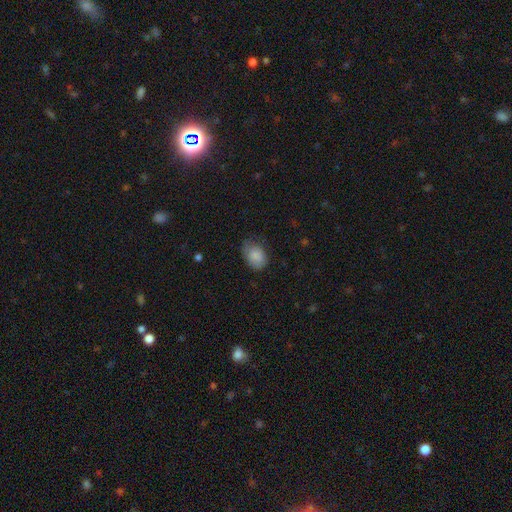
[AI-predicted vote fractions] smooth_or_featured: smooth (p=0.84) [alt: featured or disk p=0.08]
how_rounded: in between (p=0.73) [alt: round p=0.26]
merging: none (p=0.60) [alt: minor disturbance p=0.31]